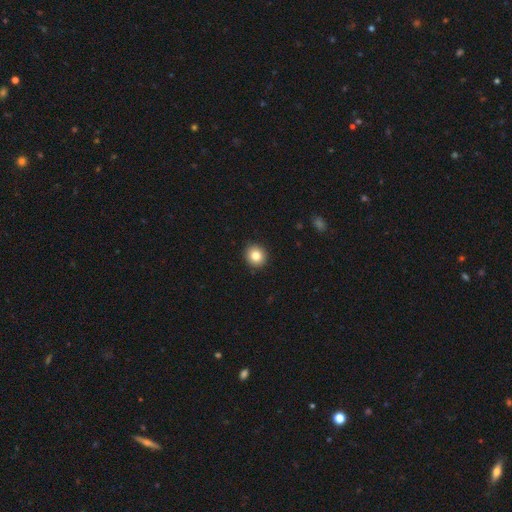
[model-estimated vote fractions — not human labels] Overall: smooth (82%). How rounded: round (88%). Merging: none (92%).